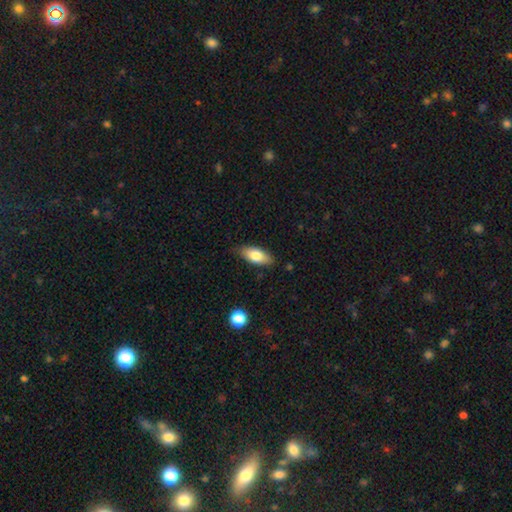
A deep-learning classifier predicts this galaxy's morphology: Q: Smooth or featured?
A: smooth (76%); runner-up: featured or disk (18%)
Q: How rounded?
A: in between (85%); runner-up: cigar-shaped (12%)
Q: Merging?
A: none (82%); runner-up: minor disturbance (14%)